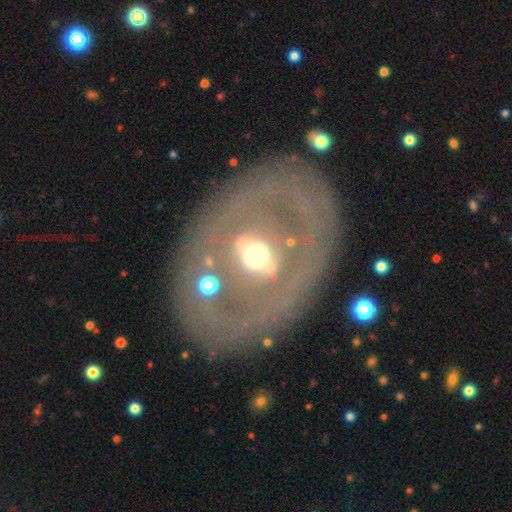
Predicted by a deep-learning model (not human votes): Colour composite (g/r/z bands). It shows a featured or disk galaxy (72%) with a strong bar (43%), no spiral arms (64%) and a moderate central bulge (64%). Merging: none (67%).